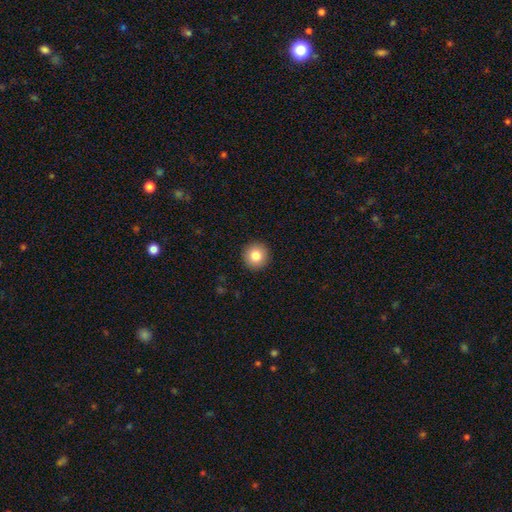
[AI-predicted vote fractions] Smooth or featured? smooth (83%)
How rounded? round (95%)
Merging? none (93%)